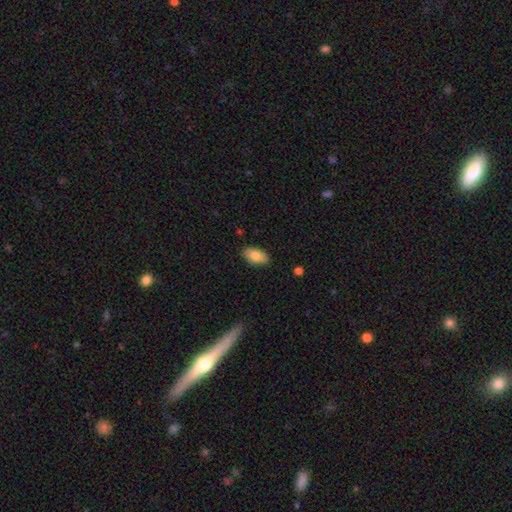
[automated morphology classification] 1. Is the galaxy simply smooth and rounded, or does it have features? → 82% smooth, 11% featured or disk, 7% star or artifact.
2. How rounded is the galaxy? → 93% in between, 4% round, 3% cigar-shaped.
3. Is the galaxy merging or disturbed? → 87% none, 10% minor disturbance, 2% major disturbance, 1% merger.